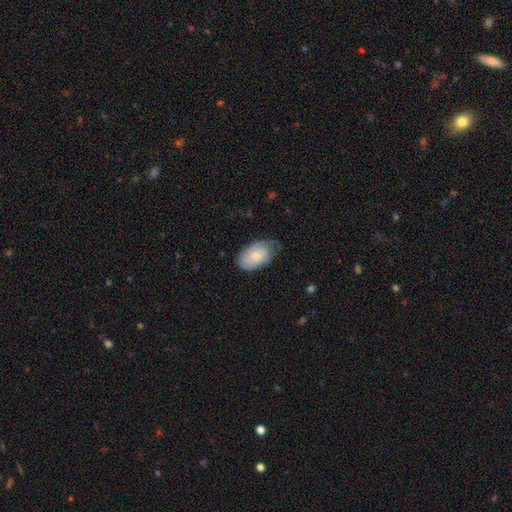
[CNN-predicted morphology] This is likely a smooth galaxy (71%). How rounded: clearly in between (93%). Merging: possibly none (55%).